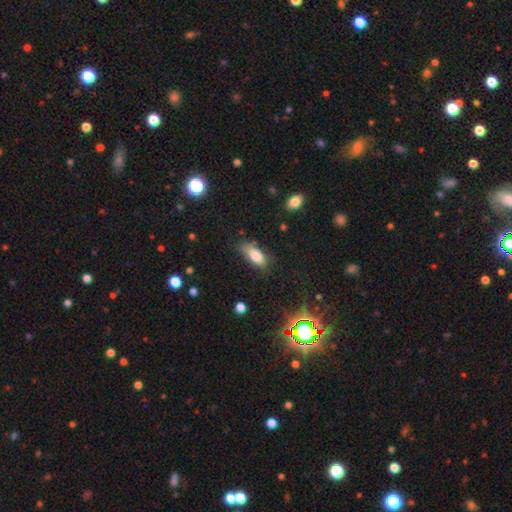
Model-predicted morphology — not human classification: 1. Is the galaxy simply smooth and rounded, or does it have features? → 80% smooth, 11% featured or disk, 9% star or artifact.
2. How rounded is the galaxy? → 81% in between, 17% cigar-shaped, 3% round.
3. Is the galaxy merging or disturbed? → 60% none, 29% minor disturbance, 8% major disturbance, 3% merger.